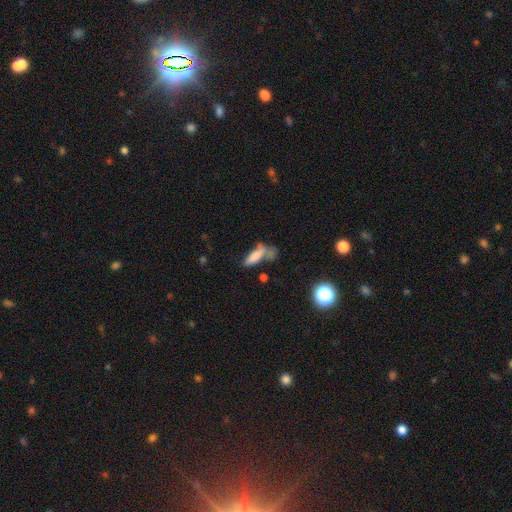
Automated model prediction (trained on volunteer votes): The model was most divided on "how rounded": in between: 49%, cigar-shaped: 48%, round: 3%. Remaining: smooth or featured — smooth (71%); merging — none (33%).